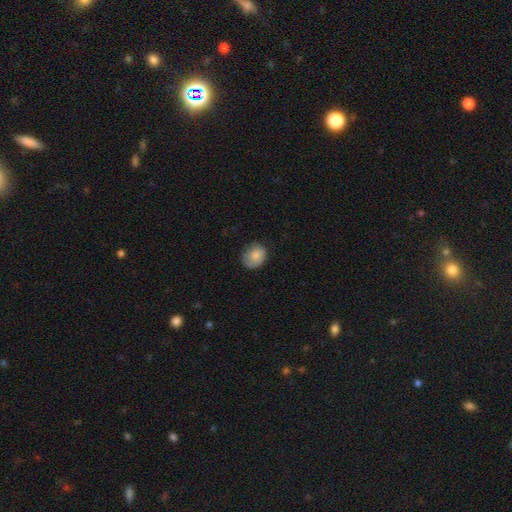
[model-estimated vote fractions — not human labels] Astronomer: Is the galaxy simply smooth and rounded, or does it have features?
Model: smooth — 80%.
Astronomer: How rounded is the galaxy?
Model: round — 56% (runner-up: in between, 43%).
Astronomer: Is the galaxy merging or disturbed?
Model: none — 65%.